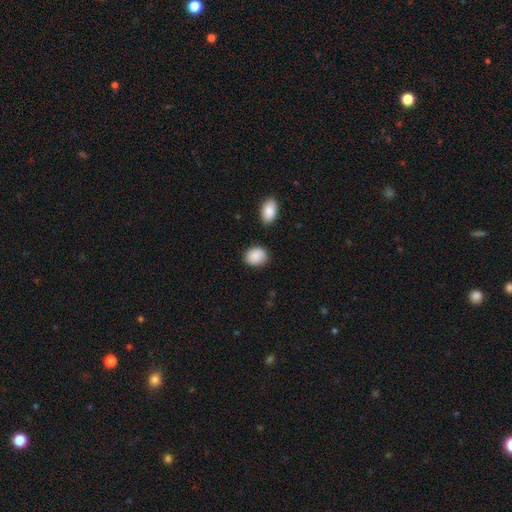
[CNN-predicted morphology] smooth-or-featured: smooth: 89% | star or artifact: 7% | featured or disk: 4%
  how-rounded: in between: 53% | round: 46% | cigar-shaped: 1%
  merging: none: 81% | minor disturbance: 13% | merger: 4% | major disturbance: 3%